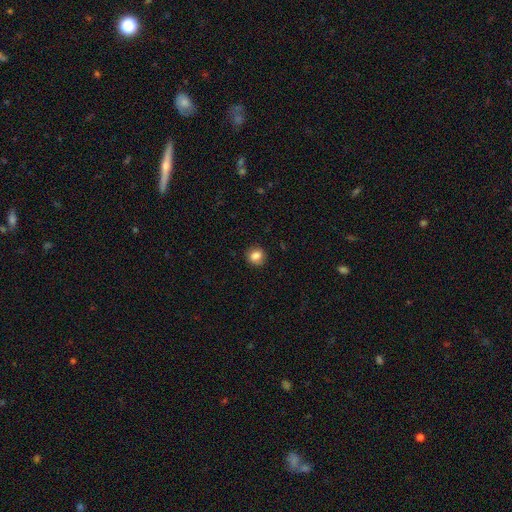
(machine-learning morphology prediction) type=smooth (84%); roundness=round (80%); merging=none (87%).